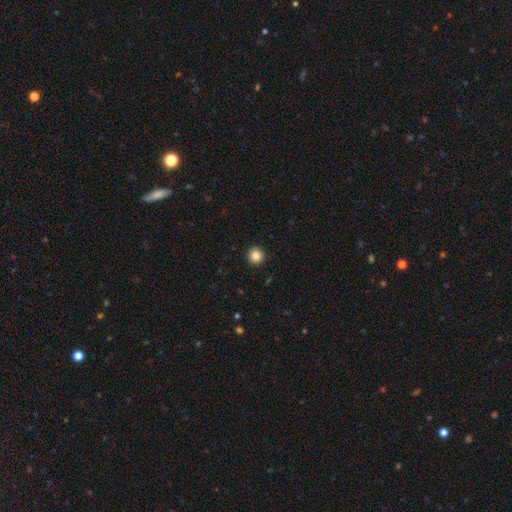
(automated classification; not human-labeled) Smooth or featured? smooth (86%)
How rounded? round (96%)
Merging? none (94%)